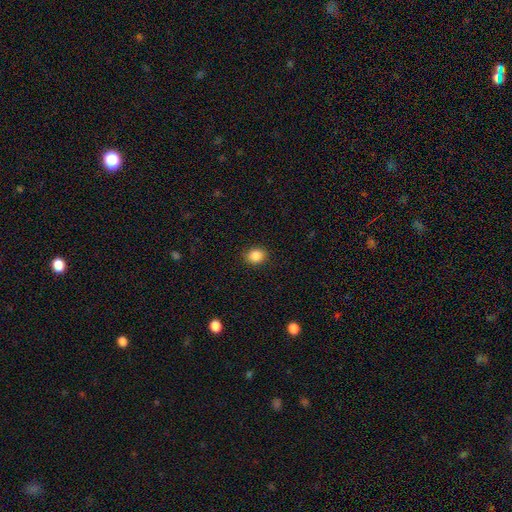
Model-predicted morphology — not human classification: Smooth or featured? smooth (86%)
How rounded? round (61%)
Merging? none (88%)